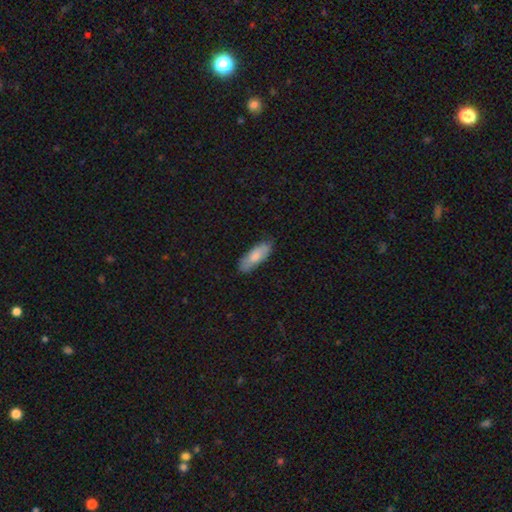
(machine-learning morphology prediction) Smooth or featured?
  - smooth: 76% *
  - featured or disk: 18%
  - star or artifact: 5%
How rounded?
  - in between: 71% *
  - cigar-shaped: 27%
  - round: 2%
Merging?
  - none: 79% *
  - minor disturbance: 17%
  - major disturbance: 3%
  - merger: 1%